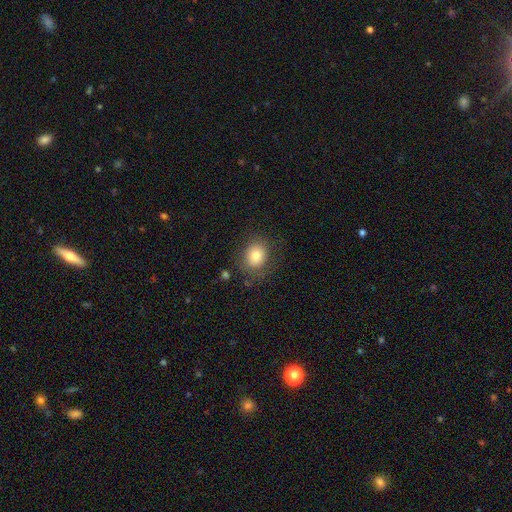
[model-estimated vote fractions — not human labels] This appears to be a smooth galaxy with no disk features (79%) that is round (67%). Merging: none (79%).